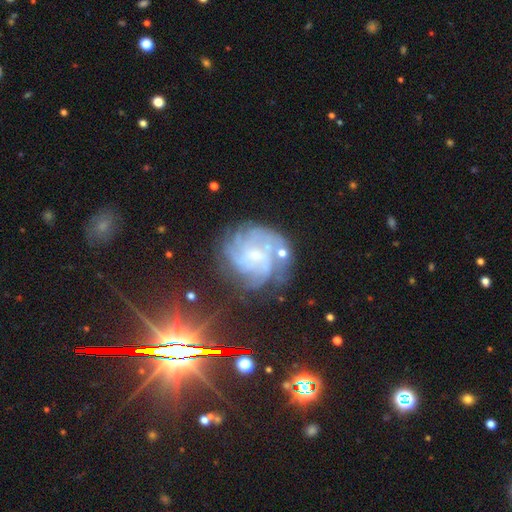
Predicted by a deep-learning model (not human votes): Q: Smooth or featured?
A: featured or disk (76%); runner-up: star or artifact (12%)
Q: Edge-on disk?
A: no (97%); runner-up: yes (3%)
Q: Bar?
A: no (50%); runner-up: weak (42%)
Q: Spiral arms?
A: yes (92%); runner-up: no (8%)
Q: Spiral winding?
A: tight (56%); runner-up: medium (33%)
Q: Spiral arm count?
A: can't tell (37%); runner-up: 4 (22%)
Q: Bulge size?
A: small (61%); runner-up: moderate (27%)
Q: Merging?
A: none (65%); runner-up: minor disturbance (19%)